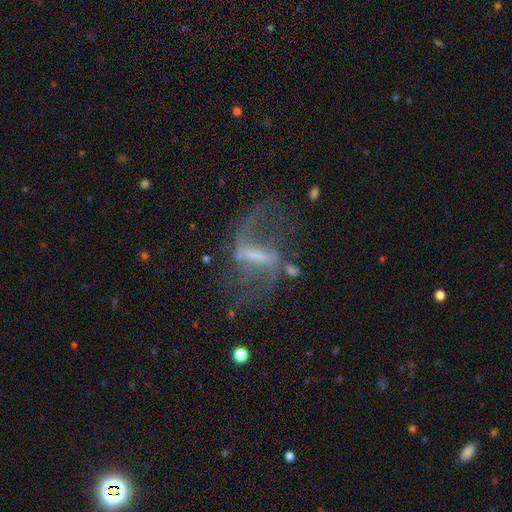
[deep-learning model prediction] featured or disk 84%, star or artifact 9%, smooth 7%. Down the decision tree: edge-on disk — no (94%); bar — strong (61%); spiral arms — yes (90%); spiral arm count — 2 (87%); spiral winding — loose (74%); bulge size — none (39%); merging — none (55%).